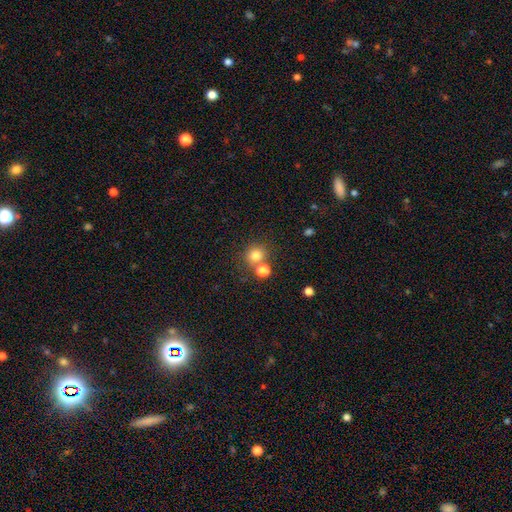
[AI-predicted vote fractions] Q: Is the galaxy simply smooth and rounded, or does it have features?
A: smooth — 78%.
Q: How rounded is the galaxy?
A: round — 88%.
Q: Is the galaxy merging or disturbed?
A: none — 66%.